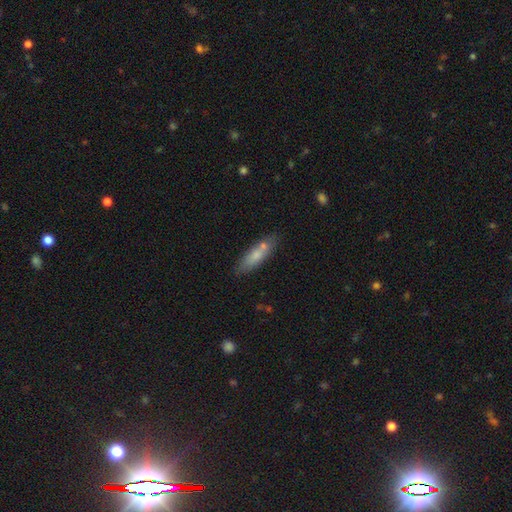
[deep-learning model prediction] smooth_or_featured: smooth (p=0.72) [alt: featured or disk p=0.20]
how_rounded: cigar-shaped (p=0.56) [alt: in between p=0.42]
merging: none (p=0.67) [alt: minor disturbance p=0.16]